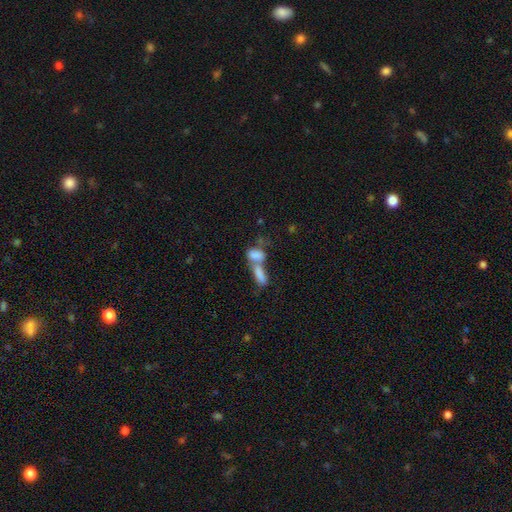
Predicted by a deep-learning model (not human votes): A smooth galaxy with no disk features (76%) that is in between round and cigar-shaped (82%).

Vote fractions:
- Smooth or featured? smooth: 76% / featured or disk: 15% / star or artifact: 9%
- How rounded? in between: 82% / cigar-shaped: 11% / round: 7%
- Merging? merger: 74% / none: 15% / minor disturbance: 6% / major disturbance: 5%